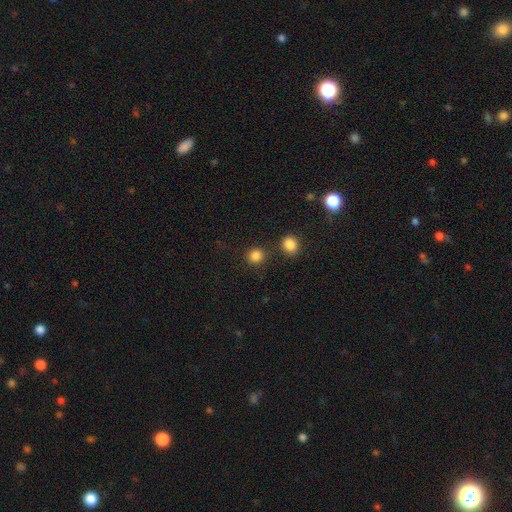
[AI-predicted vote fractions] A smooth galaxy with no disk features (84%) that is round (90%).

Vote fractions:
- Smooth or featured? smooth: 84% / star or artifact: 12% / featured or disk: 4%
- How rounded? round: 90% / in between: 9% / cigar-shaped: 1%
- Merging? none: 81% / merger: 8% / minor disturbance: 7% / major disturbance: 3%